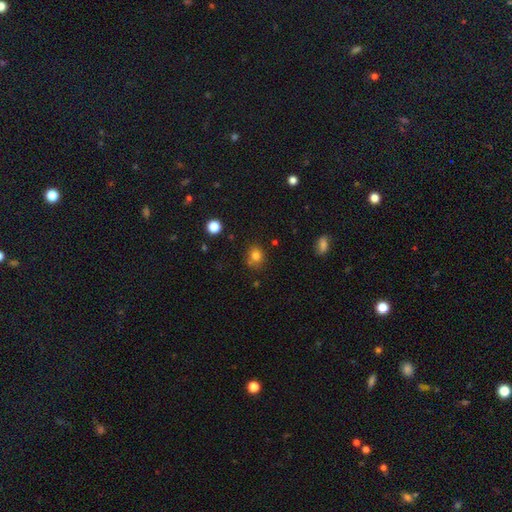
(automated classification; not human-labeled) smooth-or-featured: smooth: 78% | star or artifact: 14% | featured or disk: 8%
  how-rounded: round: 73% | in between: 26% | cigar-shaped: 1%
  merging: none: 74% | minor disturbance: 13% | merger: 10% | major disturbance: 3%